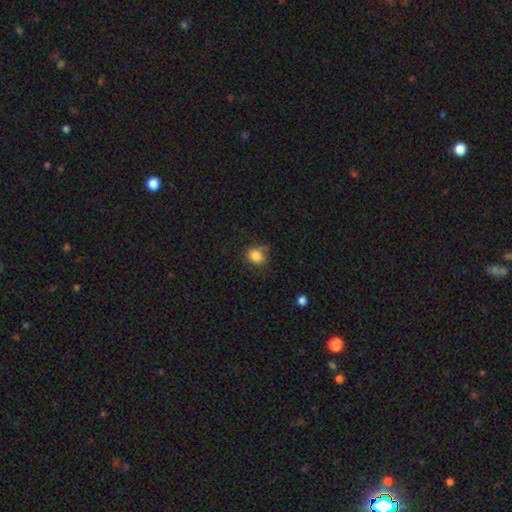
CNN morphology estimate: The model was most divided on "how rounded": round: 62%, in between: 37%, cigar-shaped: 1%. More confident: smooth or featured — smooth (83%); merging — none (66%).